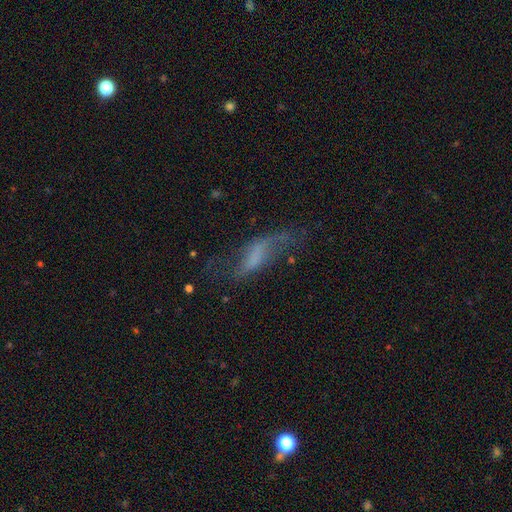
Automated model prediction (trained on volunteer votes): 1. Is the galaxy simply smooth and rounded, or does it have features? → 54% featured or disk, 32% smooth, 14% star or artifact.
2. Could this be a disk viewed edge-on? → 79% no, 21% yes.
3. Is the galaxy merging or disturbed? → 43% none, 29% major disturbance, 24% minor disturbance, 4% merger.